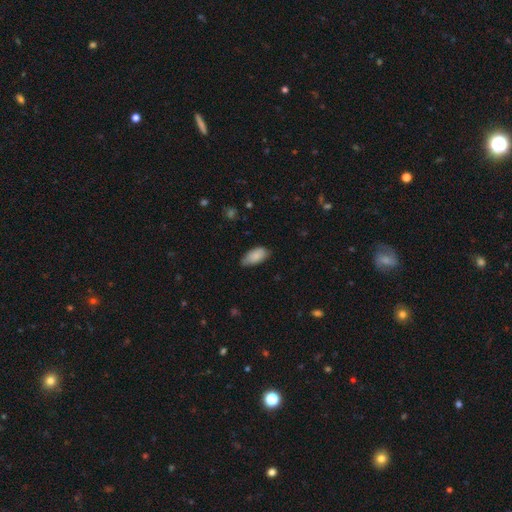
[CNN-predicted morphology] Smooth or featured?
  - smooth: 85% *
  - featured or disk: 9%
  - star or artifact: 6%
How rounded?
  - in between: 93% *
  - cigar-shaped: 5%
  - round: 2%
Merging?
  - none: 67% *
  - minor disturbance: 27%
  - major disturbance: 4%
  - merger: 1%